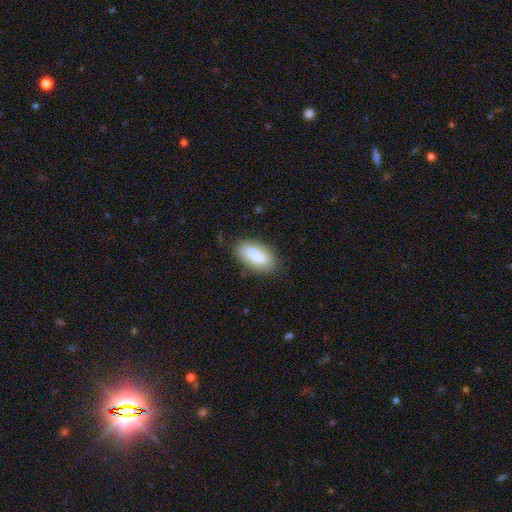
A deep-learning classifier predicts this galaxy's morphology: Overall: smooth (77%). How rounded: in between (86%). Merging: none (75%).